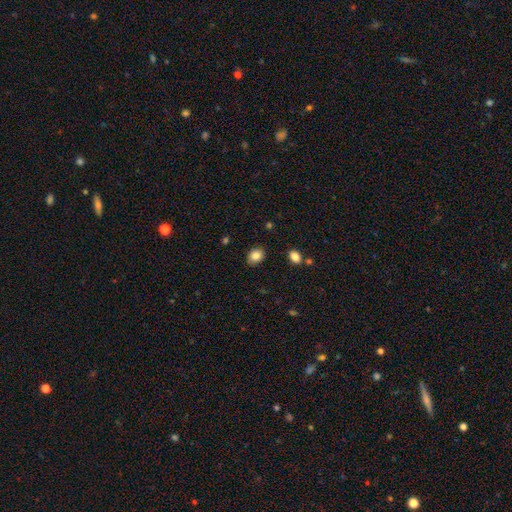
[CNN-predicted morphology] Smooth or featured? Predicted: smooth (p=0.86). How rounded? Predicted: in between (p=0.63). Merging? Predicted: none (p=0.85).